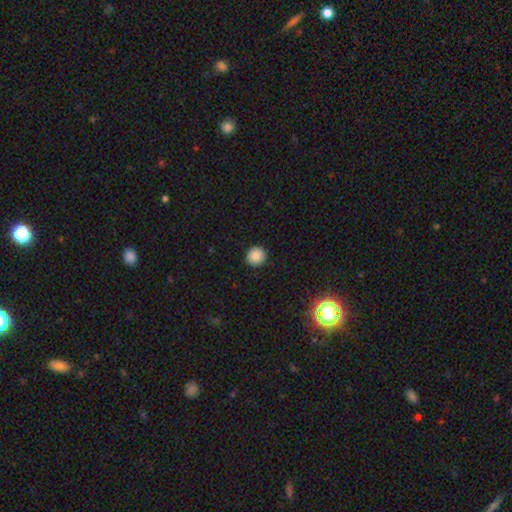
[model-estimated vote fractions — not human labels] The model was most divided on "smooth or featured": smooth: 86%, star or artifact: 10%, featured or disk: 4%. More confident: merging — none (91%); how rounded — round (89%).